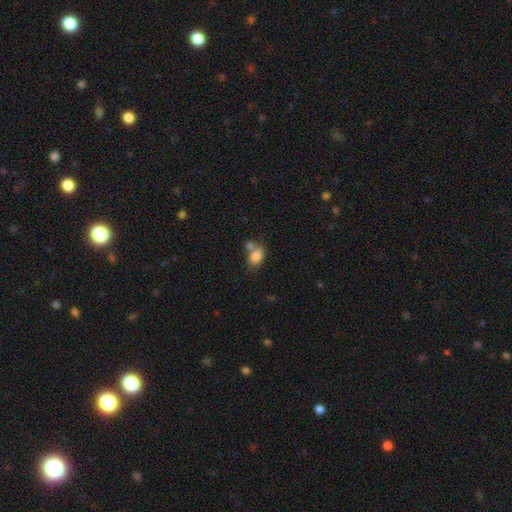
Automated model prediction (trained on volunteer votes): This is clearly a smooth galaxy (82%). How rounded: likely in between (75%). Merging: marginally merger (42%).